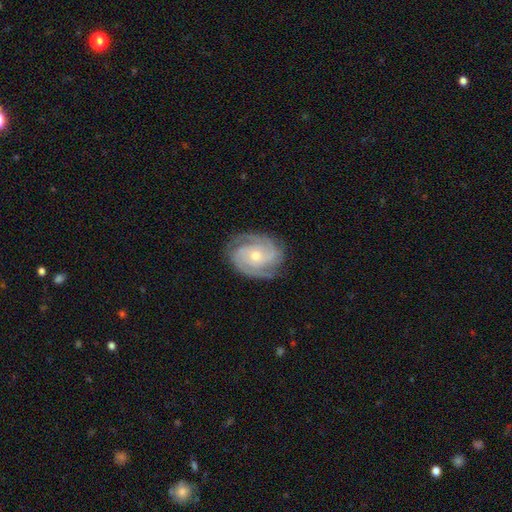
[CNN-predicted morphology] smooth_or_featured: featured or disk (p=0.89) [alt: smooth p=0.06]
disk_edge_on: no (p=0.97) [alt: yes p=0.03]
bar: no (p=0.69) [alt: weak p=0.24]
has_spiral_arms: yes (p=0.98) [alt: no p=0.02]
spiral_winding: tight (p=0.64) [alt: medium p=0.31]
spiral_arm_count: 2 (p=0.40) [alt: 3 p=0.36]
bulge_size: small (p=0.49) [alt: moderate p=0.48]
merging: none (p=0.81) [alt: minor disturbance p=0.14]